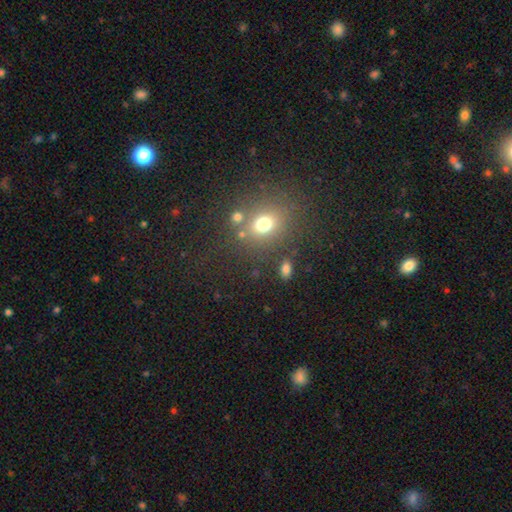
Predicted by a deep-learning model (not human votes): A smooth galaxy with no disk features (59%) that is round (74%). Merging: none (72%).